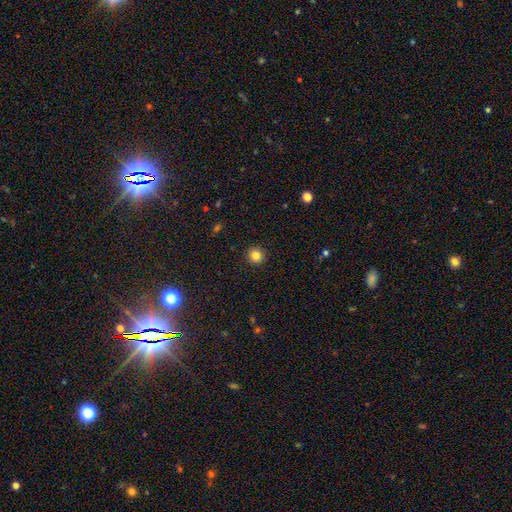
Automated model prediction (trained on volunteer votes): Smooth or featured? smooth (83%)
How rounded? round (94%)
Merging? none (93%)